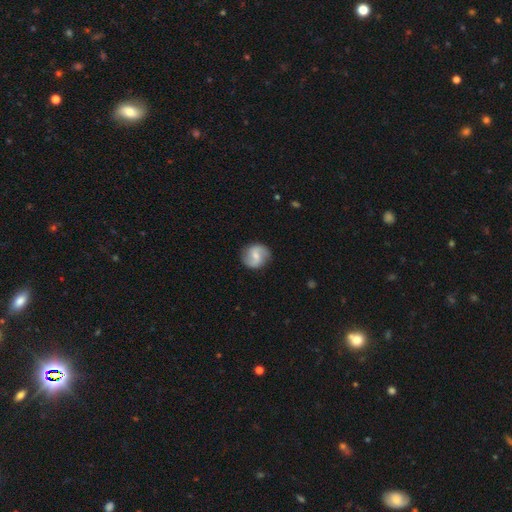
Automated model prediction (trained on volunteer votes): smooth-or-featured: featured or disk: 66% | smooth: 28% | star or artifact: 6%
  disk-edge-on: no: 98% | yes: 2%
    bar: weak: 52% | strong: 26% | no: 23%
    has-spiral-arms: yes: 91% | no: 9%
      spiral-winding: loose: 50% | medium: 37% | tight: 14%
      spiral-arm-count: 2: 91% | can't tell: 4% | 1: 2% | 3: 1% | 4: 1% | more than 4: 1%
    bulge-size: small: 49% | moderate: 34% | none: 13% | large: 3% | dominant: 1%
  merging: none: 86% | minor disturbance: 10% | major disturbance: 3% | merger: 1%